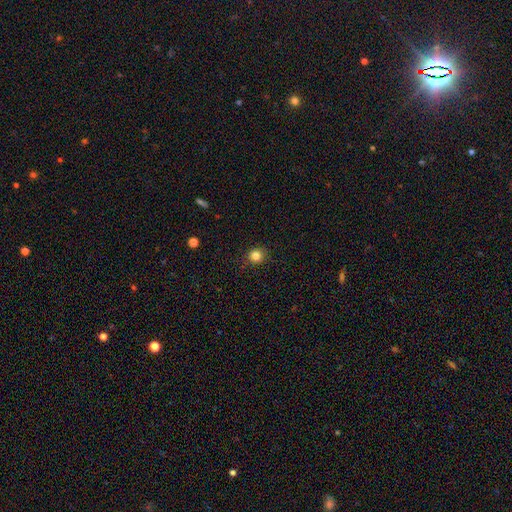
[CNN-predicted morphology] Smooth or featured?
  - smooth: 83% *
  - star or artifact: 12%
  - featured or disk: 5%
How rounded?
  - round: 87% *
  - in between: 12%
  - cigar-shaped: 1%
Merging?
  - none: 88% *
  - minor disturbance: 9%
  - major disturbance: 2%
  - merger: 1%